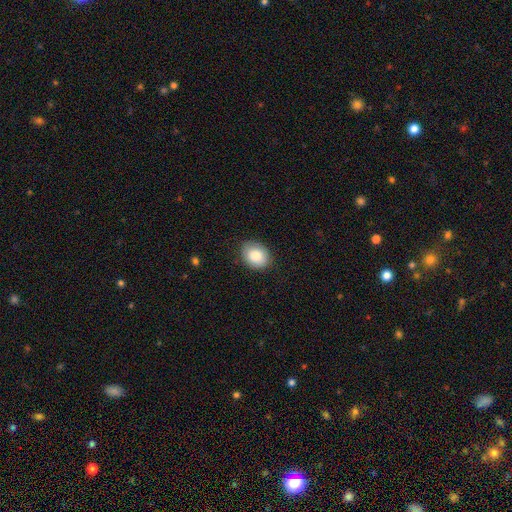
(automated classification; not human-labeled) The model was most divided on "how rounded": in between: 52%, round: 48%, cigar-shaped: 1%. More confident: smooth or featured — smooth (84%); merging — none (83%).